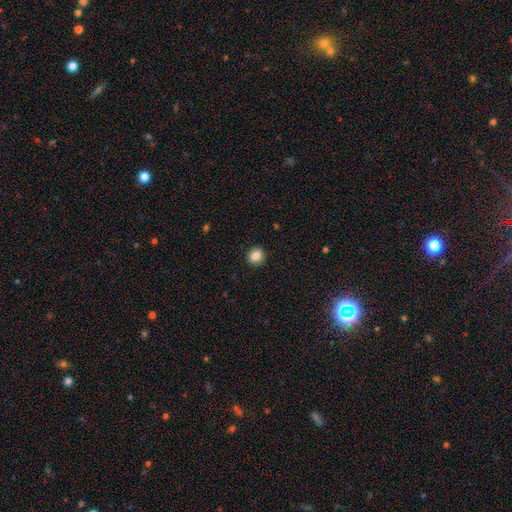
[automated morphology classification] smooth 85%, star or artifact 10%, featured or disk 5%. Down the decision tree: how rounded — round (87%); merging — none (92%).